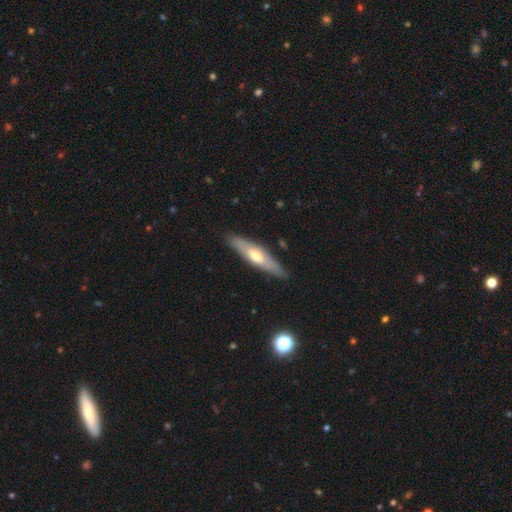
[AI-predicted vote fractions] Overall: featured or disk (54%; smooth 40%). Edge-on disk: yes (76%). Merging: none (85%).